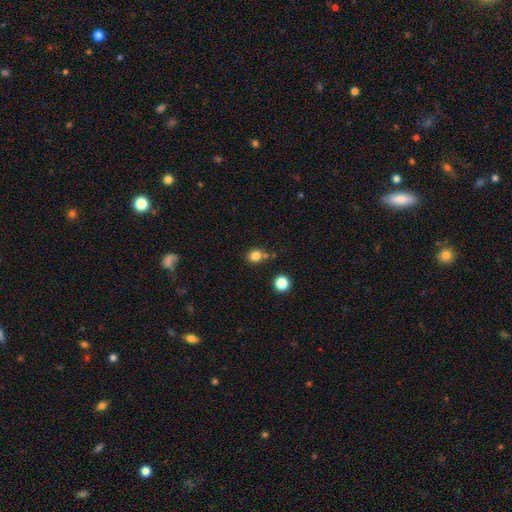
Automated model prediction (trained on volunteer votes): smooth_or_featured: smooth (p=0.81) [alt: star or artifact p=0.13]
how_rounded: round (p=0.76) [alt: in between p=0.23]
merging: none (p=0.69) [alt: minor disturbance p=0.14]